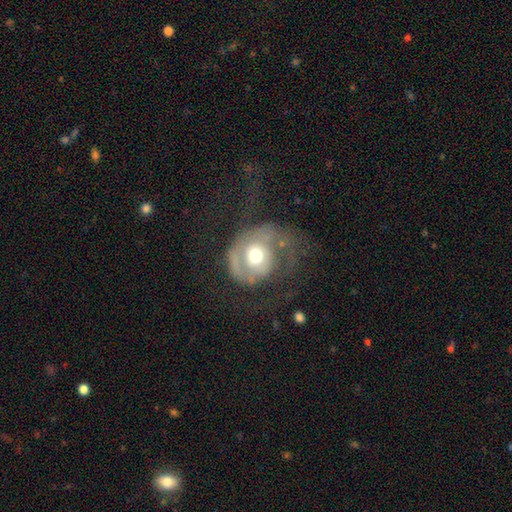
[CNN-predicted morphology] Smooth or featured: featured or disk — 59% (smooth — 34%)
Edge-on disk: no — 97% (yes — 3%)
Bar: no — 80% (weak — 16%)
Spiral arms: yes — 61% (no — 39%)
Bulge size: moderate — 63% (large — 26%)
Merging: major disturbance — 48% (none — 30%)